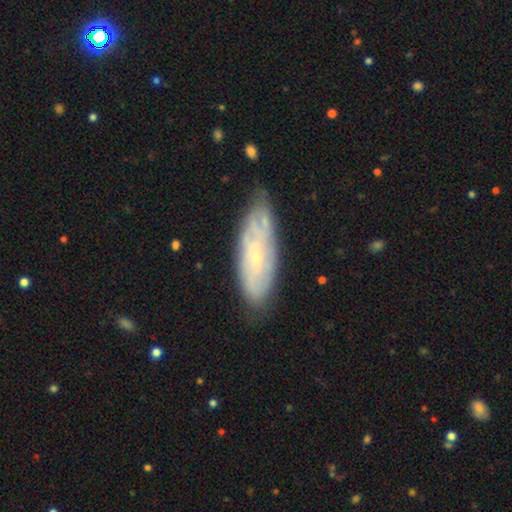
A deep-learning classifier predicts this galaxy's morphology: This appears to be a featured or disk galaxy (63%) with no bar (73%), spiral arms (78%) and a small central bulge (80%). Merging: none (71%).